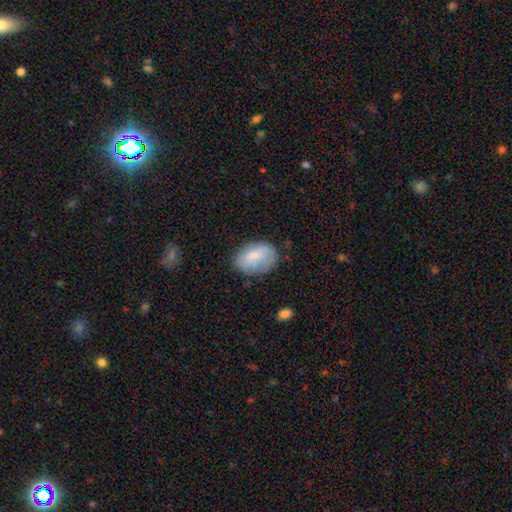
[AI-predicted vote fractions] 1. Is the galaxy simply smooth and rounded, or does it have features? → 72% smooth, 21% featured or disk, 7% star or artifact.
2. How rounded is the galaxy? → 81% in between, 18% round, 1% cigar-shaped.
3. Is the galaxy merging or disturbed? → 69% none, 22% minor disturbance, 7% major disturbance, 2% merger.